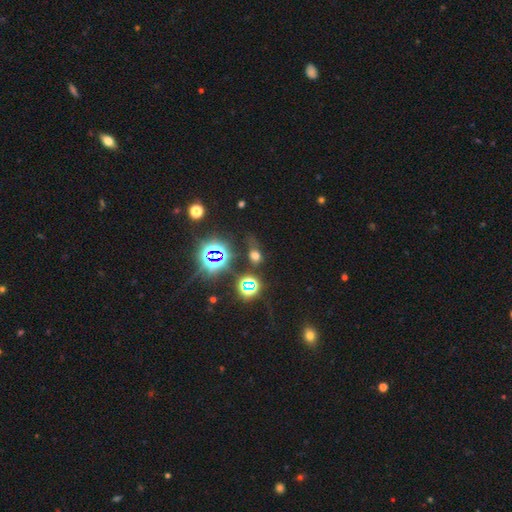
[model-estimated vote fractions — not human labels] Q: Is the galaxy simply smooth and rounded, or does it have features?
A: smooth — 45%, tied with star or artifact.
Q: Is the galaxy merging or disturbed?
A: none — 59%.